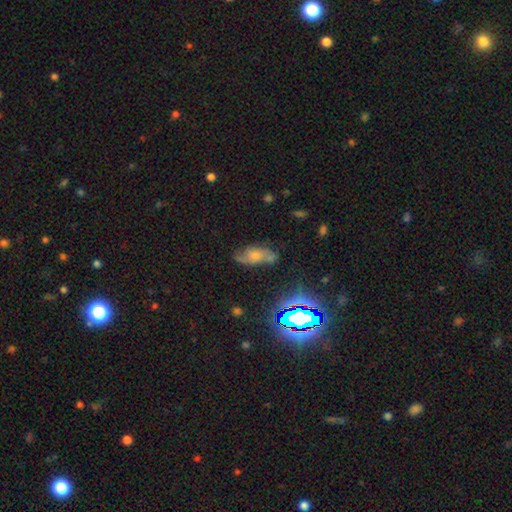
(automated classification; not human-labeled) A featured or disk galaxy (47%).

Vote fractions:
- Smooth or featured? featured or disk: 47% / smooth: 35% / star or artifact: 18%
- Merging? none: 55% / minor disturbance: 27% / major disturbance: 11% / merger: 7%